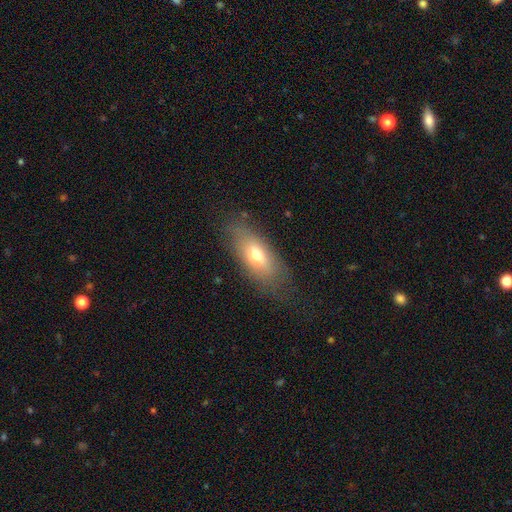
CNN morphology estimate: A smooth galaxy with no disk features (66%) that is in between round and cigar-shaped (80%). Merging: none (75%).